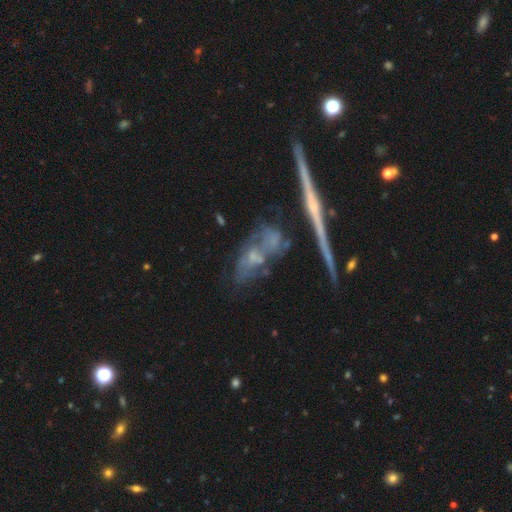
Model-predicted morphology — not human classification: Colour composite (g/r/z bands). It shows a featured or disk galaxy (69%) viewed edge-on (62%). Merging: none (55%).